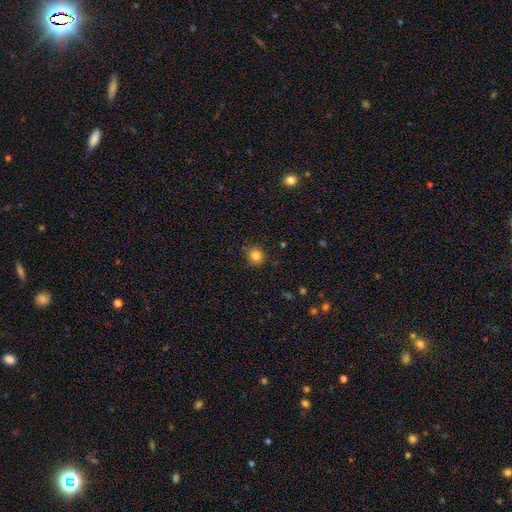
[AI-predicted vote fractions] A smooth galaxy with no disk features (83%) that is round (89%). Merging: none (80%).